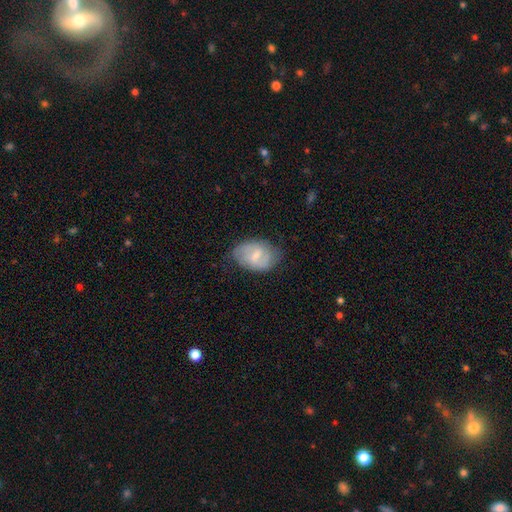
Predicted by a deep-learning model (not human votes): This is possibly a smooth galaxy (47%, tied with featured or disk). Merging: likely none (68%).